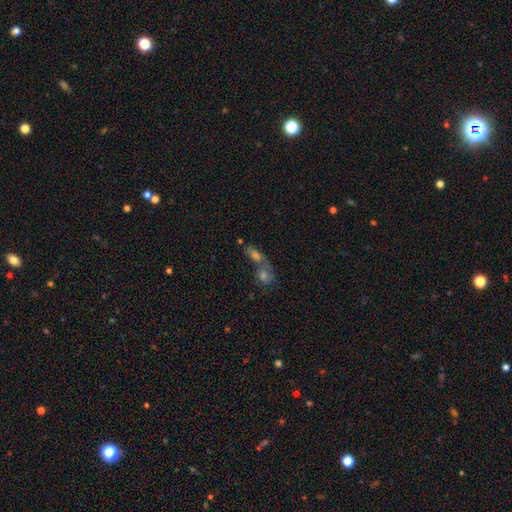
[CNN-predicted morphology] Smooth or featured? smooth (55%)
How rounded? in between (61%)
Merging? merger (62%)